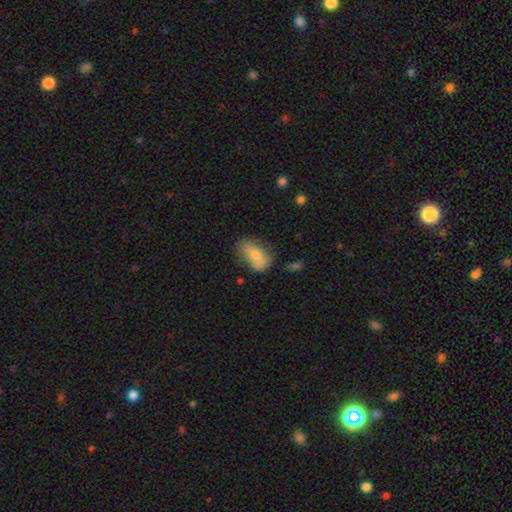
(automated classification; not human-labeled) This is likely a smooth galaxy (71%). How rounded: clearly in between (88%). Merging: possibly none (51%).